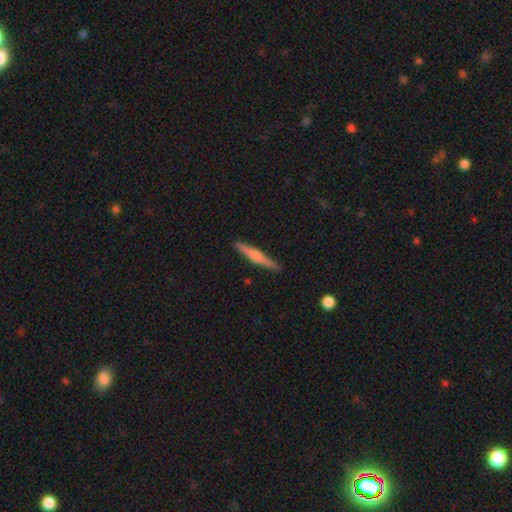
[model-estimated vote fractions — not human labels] featured or disk 47% (tied), smooth 47% (tied), star or artifact 6%. Down the decision tree: merging — none (90%).